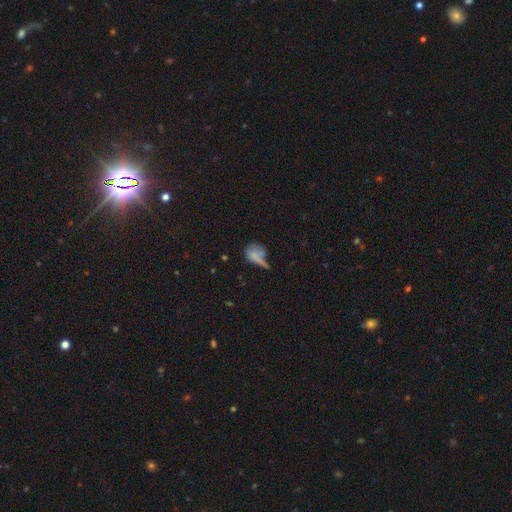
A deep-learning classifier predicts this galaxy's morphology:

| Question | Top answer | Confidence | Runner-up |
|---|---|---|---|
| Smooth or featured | smooth | 64% | featured or disk (22%) |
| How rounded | in between | 46% | round (44%) |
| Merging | none | 36% | major disturbance (23%) |